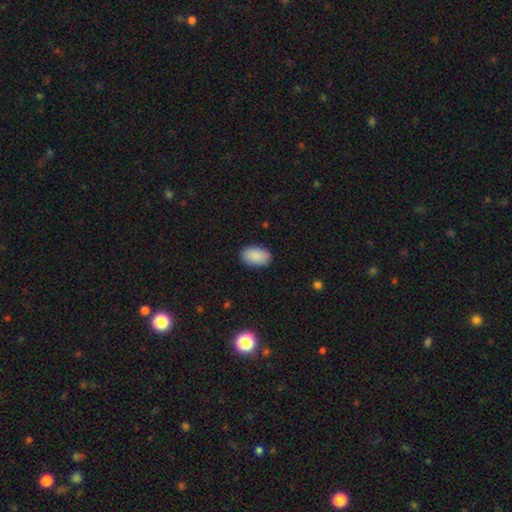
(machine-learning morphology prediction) A smooth galaxy with no disk features (90%) that is in between round and cigar-shaped (90%). Merging: none (88%).